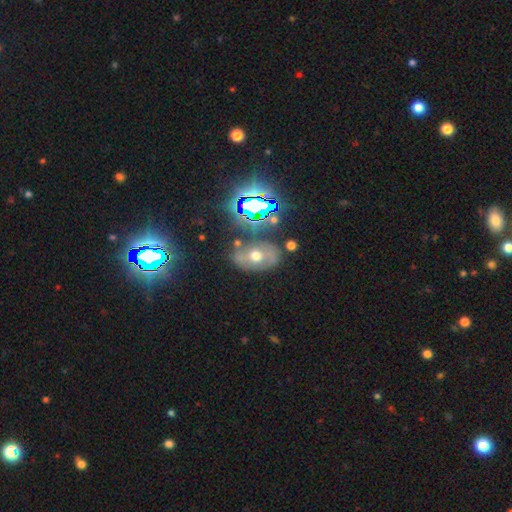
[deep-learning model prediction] smooth-or-featured: featured or disk: 42% | smooth: 37% | star or artifact: 21%
  merging: none: 71% | minor disturbance: 16% | major disturbance: 7% | merger: 5%